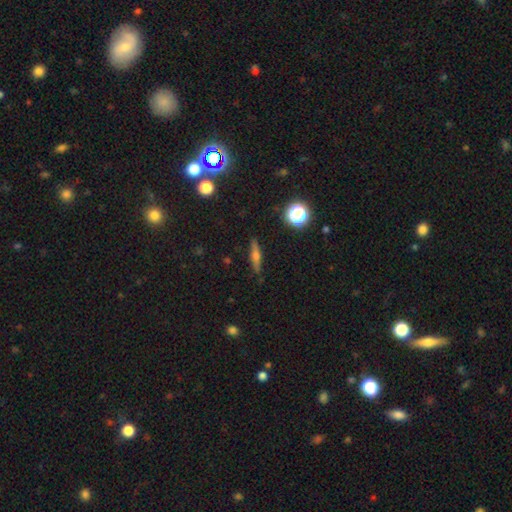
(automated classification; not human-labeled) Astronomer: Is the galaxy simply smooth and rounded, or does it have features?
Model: featured or disk — 52% (runner-up: smooth, 36%).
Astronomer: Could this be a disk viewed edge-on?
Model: yes — 95%.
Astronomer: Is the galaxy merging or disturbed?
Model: none — 89%.